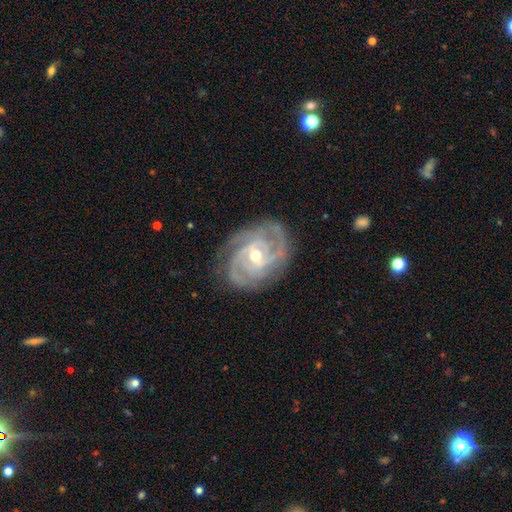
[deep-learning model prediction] Smooth or featured? featured or disk (92%)
Edge-on disk? no (97%)
Bar? weak (47%)
Spiral arms? yes (98%)
Spiral winding? tight (62%)
Spiral arm count? 3 (41%)
Bulge size? moderate (62%)
Merging? none (78%)